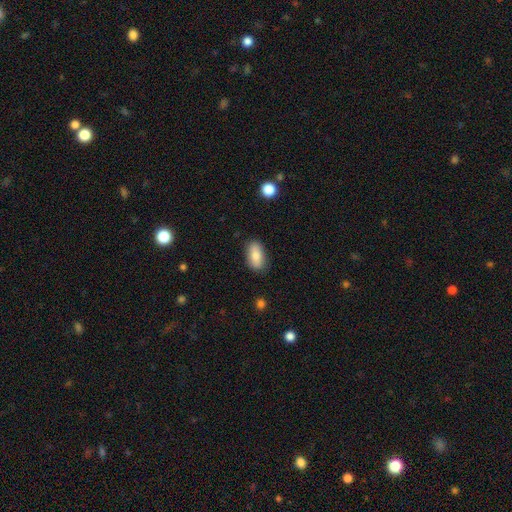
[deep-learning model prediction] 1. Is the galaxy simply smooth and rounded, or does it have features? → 81% smooth, 12% featured or disk, 7% star or artifact.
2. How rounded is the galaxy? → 90% in between, 6% cigar-shaped, 4% round.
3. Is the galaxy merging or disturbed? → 84% none, 12% minor disturbance, 3% major disturbance, 1% merger.